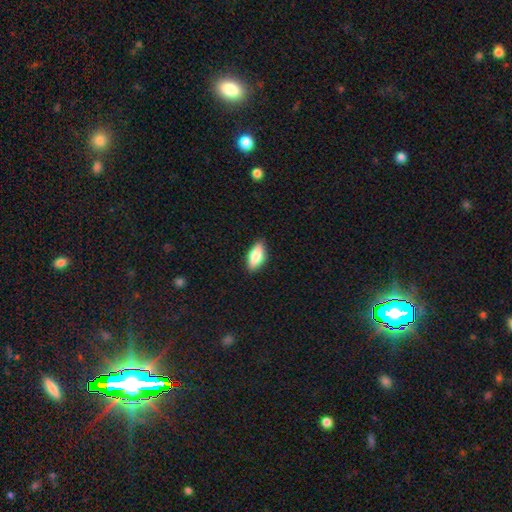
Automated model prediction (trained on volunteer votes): smooth 79%, featured or disk 14%, star or artifact 7%. Down the decision tree: how rounded — in between (85%); merging — none (86%).